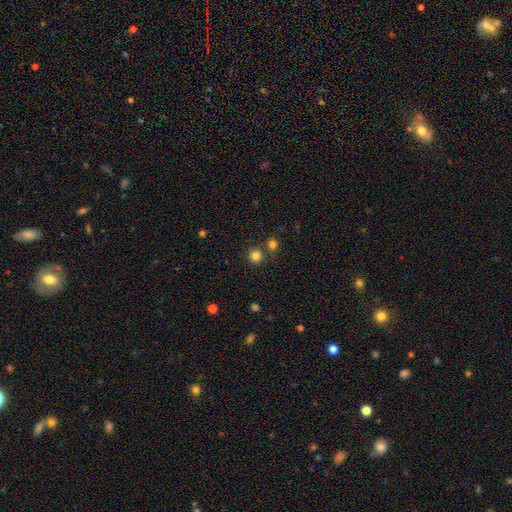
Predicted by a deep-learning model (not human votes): smooth-or-featured: smooth: 81% | star or artifact: 14% | featured or disk: 5%
  how-rounded: round: 93% | in between: 6% | cigar-shaped: 1%
  merging: none: 75% | merger: 15% | minor disturbance: 7% | major disturbance: 3%